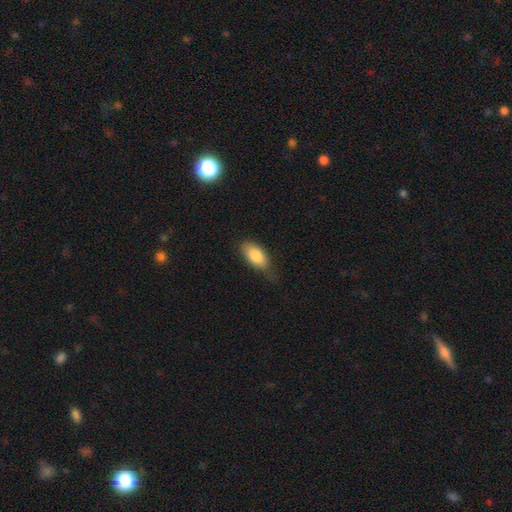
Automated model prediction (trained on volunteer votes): Overall: smooth (83%). How rounded: in between (90%). Merging: none (55%; minor disturbance 34%).